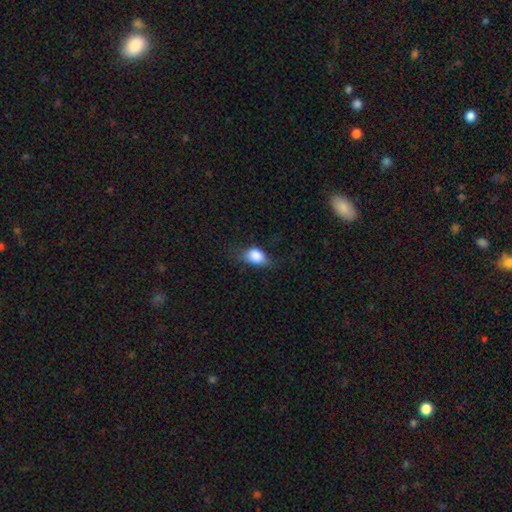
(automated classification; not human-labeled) This appears to be a smooth galaxy with no disk features (79%) that is in between round and cigar-shaped (68%). Merging: none (53%).